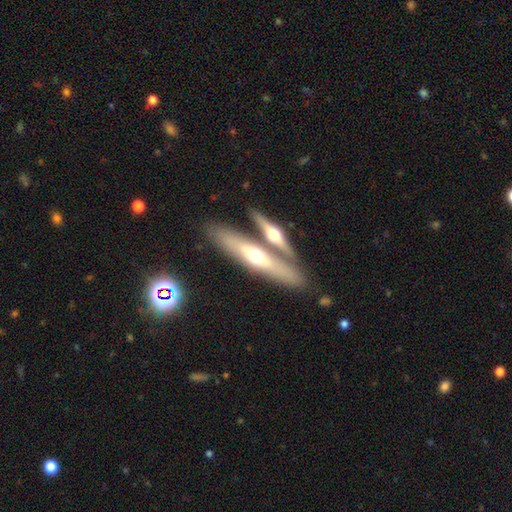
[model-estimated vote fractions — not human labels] A featured or disk galaxy (57%) viewed edge-on (86%).

Vote fractions:
- Smooth or featured? featured or disk: 57% / smooth: 37% / star or artifact: 6%
- Edge-on disk? yes: 86% / no: 14%
- Merging? none: 53% / merger: 36% / minor disturbance: 9% / major disturbance: 3%